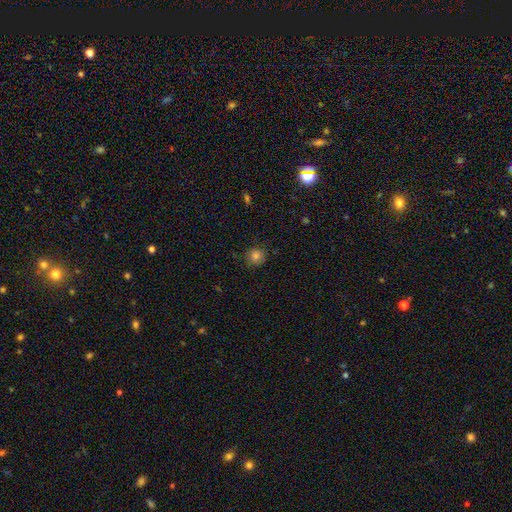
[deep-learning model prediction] Smooth or featured? smooth (82%)
How rounded? round (90%)
Merging? none (85%)